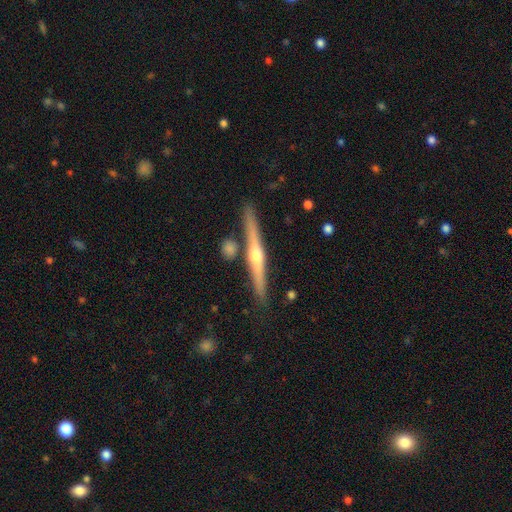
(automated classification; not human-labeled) The model was most divided on "smooth or featured": featured or disk: 71%, smooth: 23%, star or artifact: 6%. More confident: edge-on disk — yes (98%); edge-on bulge — rounded (87%); merging — none (83%).